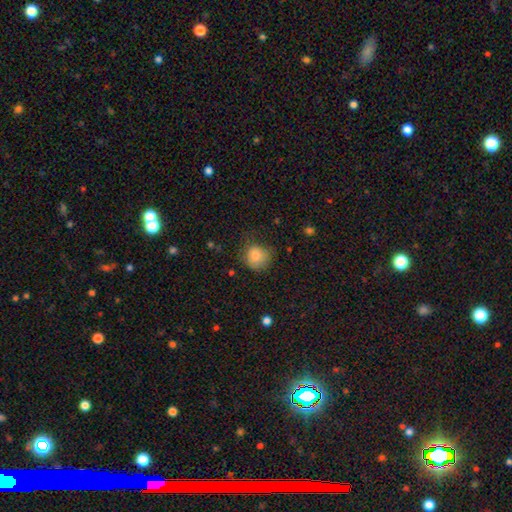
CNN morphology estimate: Smooth or featured? smooth (84%)
How rounded? round (83%)
Merging? none (62%)